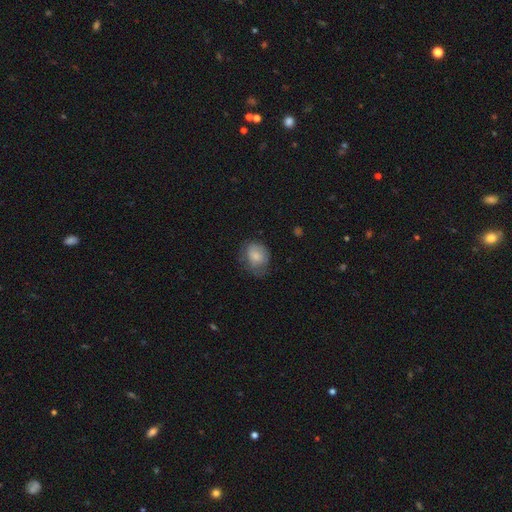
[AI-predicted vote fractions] Q: Smooth or featured?
A: smooth (78%); runner-up: featured or disk (15%)
Q: How rounded?
A: round (53%); runner-up: in between (47%)
Q: Merging?
A: none (51%); runner-up: minor disturbance (32%)